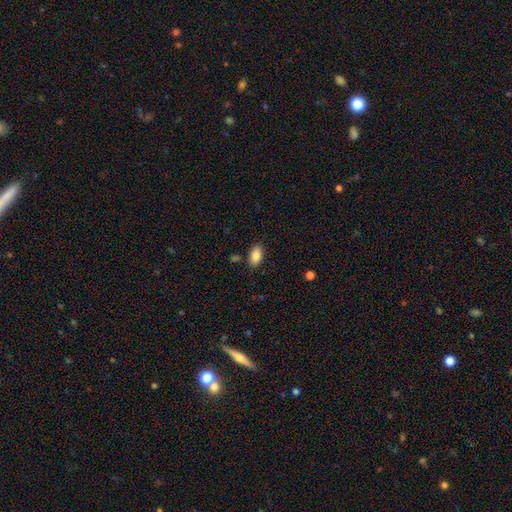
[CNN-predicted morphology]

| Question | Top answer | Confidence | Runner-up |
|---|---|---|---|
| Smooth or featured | smooth | 86% | star or artifact (8%) |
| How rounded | in between | 93% | round (4%) |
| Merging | none | 84% | minor disturbance (10%) |